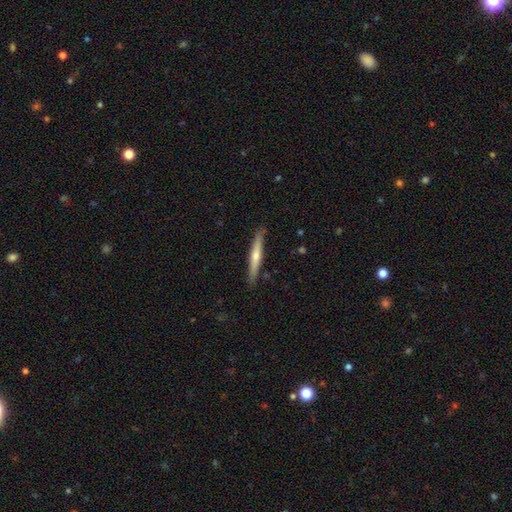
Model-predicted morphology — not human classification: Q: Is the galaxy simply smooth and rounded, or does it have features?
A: featured or disk — 58%.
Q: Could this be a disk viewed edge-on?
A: yes — 96%.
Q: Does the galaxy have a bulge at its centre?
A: rounded — 76%.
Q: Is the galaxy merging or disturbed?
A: none — 89%.